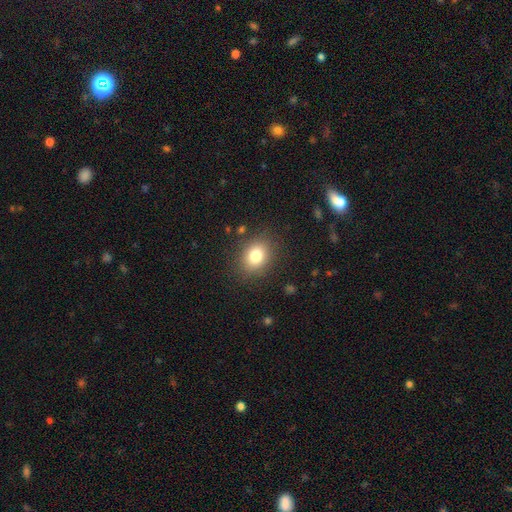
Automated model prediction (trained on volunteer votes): A smooth galaxy with no disk features (80%) that is in between round and cigar-shaped (51%). Merging: none (85%).